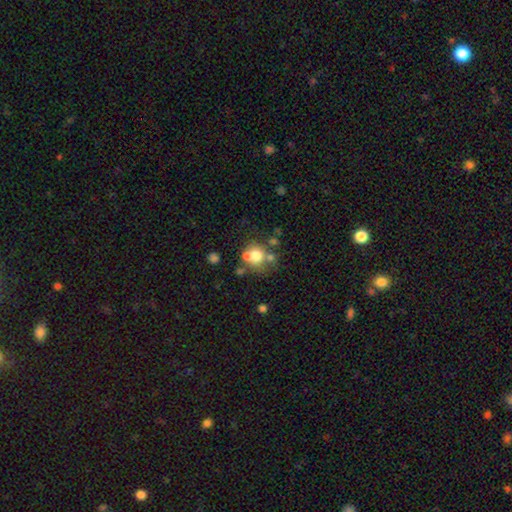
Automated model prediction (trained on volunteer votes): A smooth galaxy with no disk features (68%) that is round (82%). Merging: none (48%).